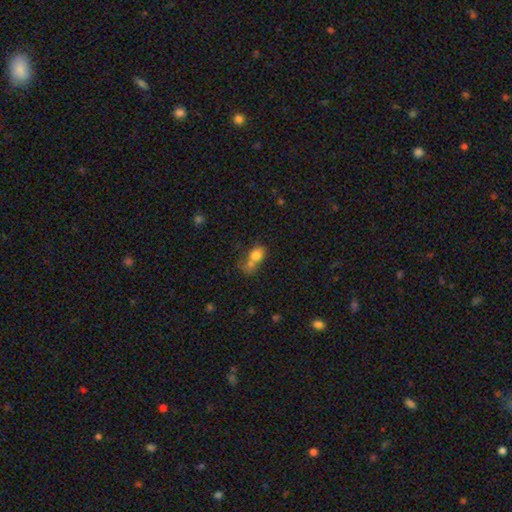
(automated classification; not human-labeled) Overall: smooth (73%). How rounded: in between (61%; round 36%). Merging: merger (49%; none 25%).